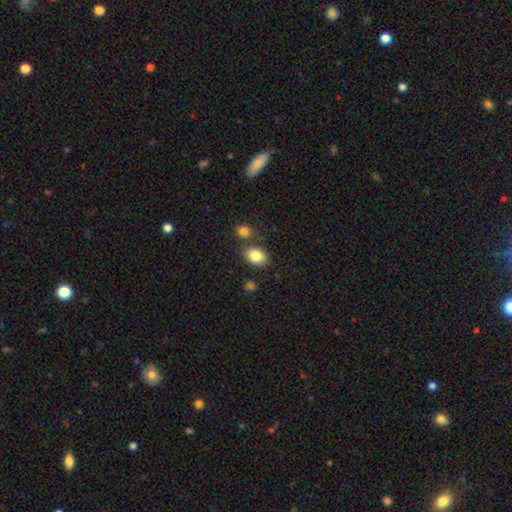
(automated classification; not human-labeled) Smooth or featured?
  - smooth: 84% *
  - star or artifact: 8%
  - featured or disk: 7%
How rounded?
  - in between: 74% *
  - round: 25%
  - cigar-shaped: 1%
Merging?
  - none: 70% *
  - merger: 14%
  - minor disturbance: 12%
  - major disturbance: 3%